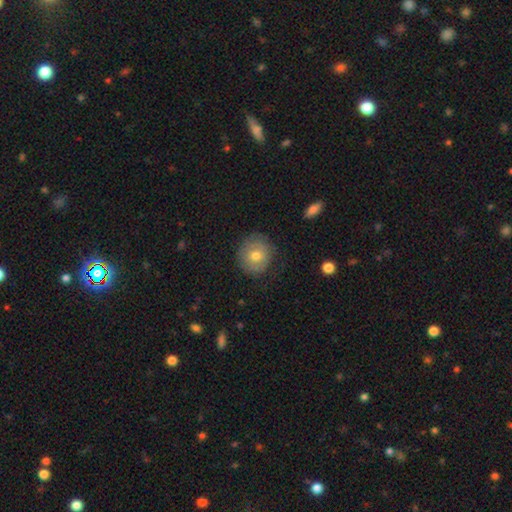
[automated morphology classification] smooth_or_featured: smooth (p=0.66) [alt: featured or disk p=0.26]
how_rounded: round (p=0.88) [alt: in between p=0.11]
merging: none (p=0.78) [alt: minor disturbance p=0.16]